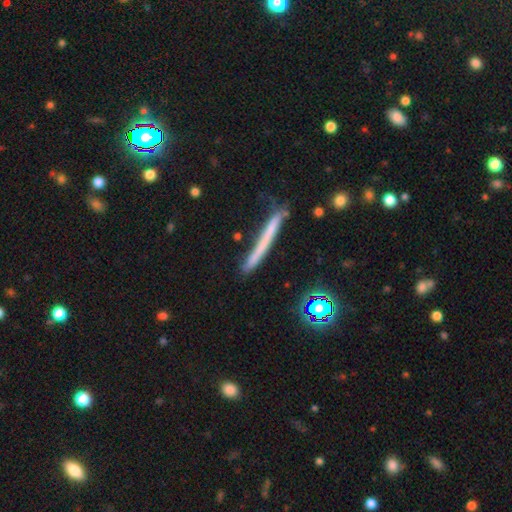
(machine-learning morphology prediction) Smooth or featured? Predicted: smooth (p=0.52). How rounded? Predicted: cigar-shaped (p=0.96). Merging? Predicted: none (p=0.77).